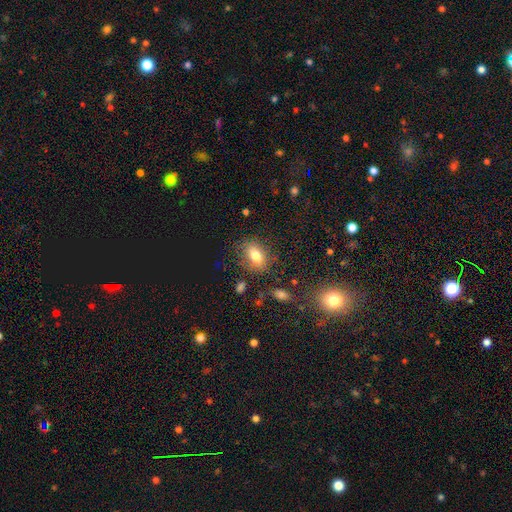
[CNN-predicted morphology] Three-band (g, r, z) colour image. It shows a smooth galaxy with no disk features (76%) that is in between round and cigar-shaped (82%). Merging: none (77%).